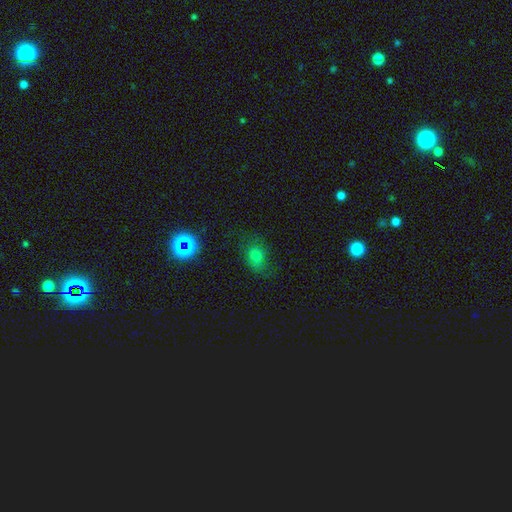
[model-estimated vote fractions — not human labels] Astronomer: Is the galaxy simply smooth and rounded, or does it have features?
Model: smooth — 67%.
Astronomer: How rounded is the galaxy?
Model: in between — 60% (runner-up: round, 38%).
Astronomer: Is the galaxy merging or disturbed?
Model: none — 64%.